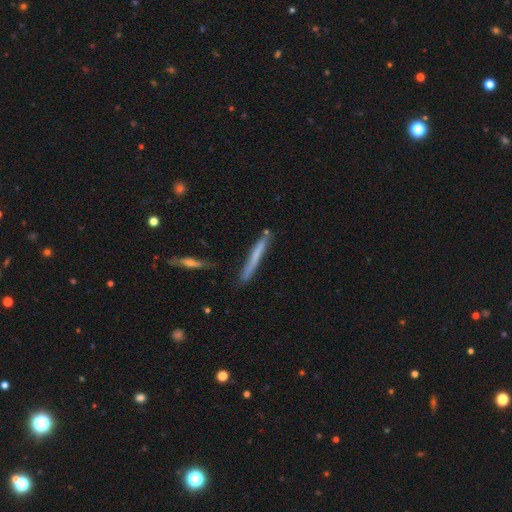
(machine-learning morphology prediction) Smooth or featured? Predicted: smooth (p=0.59). How rounded? Predicted: cigar-shaped (p=0.96). Merging? Predicted: none (p=0.77).